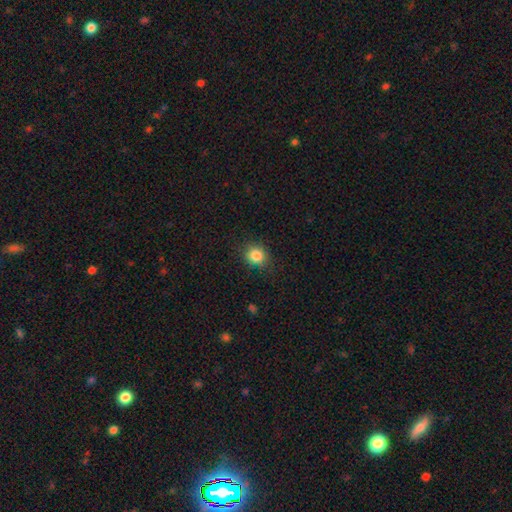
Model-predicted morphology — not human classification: This is clearly a smooth galaxy (84%). How rounded: likely round (78%). Merging: clearly none (84%).